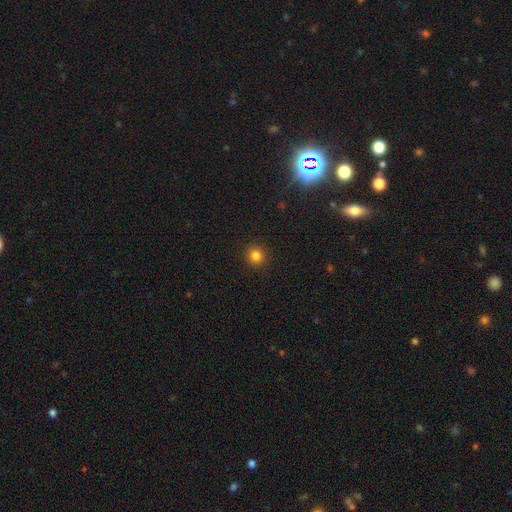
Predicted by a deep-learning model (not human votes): Smooth or featured? Predicted: smooth (p=0.83). How rounded? Predicted: round (p=0.92). Merging? Predicted: none (p=0.92).